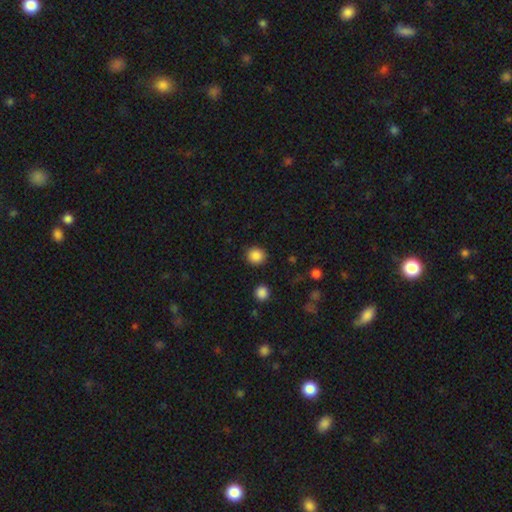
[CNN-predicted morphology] smooth 86%, star or artifact 10%, featured or disk 4%. Down the decision tree: how rounded — round (89%); merging — none (90%).